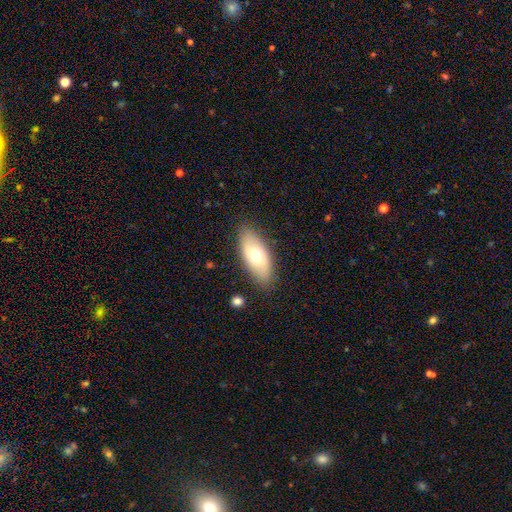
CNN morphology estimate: The model was most divided on "smooth or featured": smooth: 64%, featured or disk: 29%, star or artifact: 6%. More confident: how rounded — in between (89%); merging — none (84%).